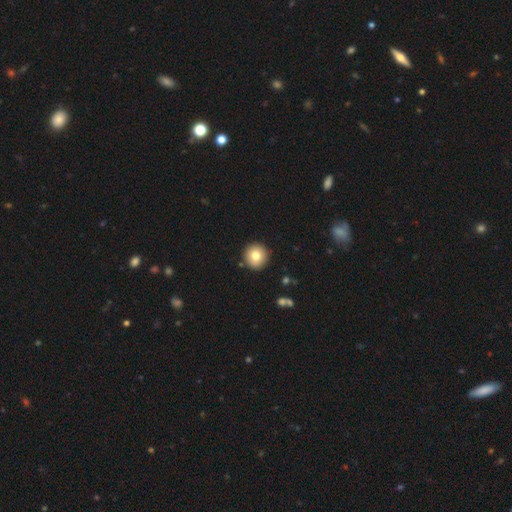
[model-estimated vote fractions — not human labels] smooth_or_featured: smooth (p=0.78) [alt: featured or disk p=0.12]
how_rounded: round (p=0.95) [alt: in between p=0.04]
merging: none (p=0.91) [alt: minor disturbance p=0.06]